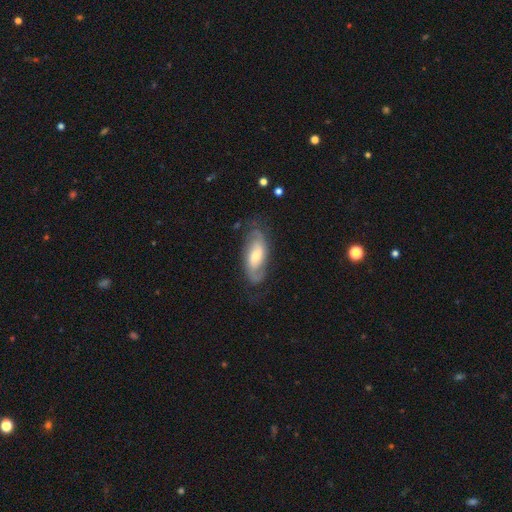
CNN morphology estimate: featured or disk 72%, smooth 21%, star or artifact 6%. Down the decision tree: edge-on disk — no (91%); bar — no (47%); spiral arms — yes (91%); spiral arm count — 2 (79%); spiral winding — medium (43%); bulge size — moderate (52%); merging — none (72%).